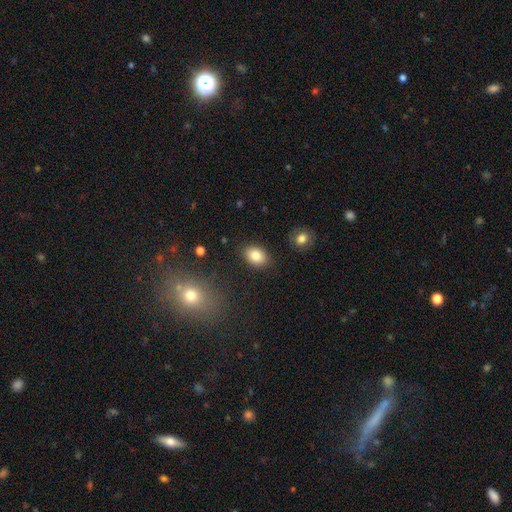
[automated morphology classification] The model was most divided on "how rounded": in between: 78%, round: 21%, cigar-shaped: 1%. More confident: merging — none (86%); smooth or featured — smooth (84%).